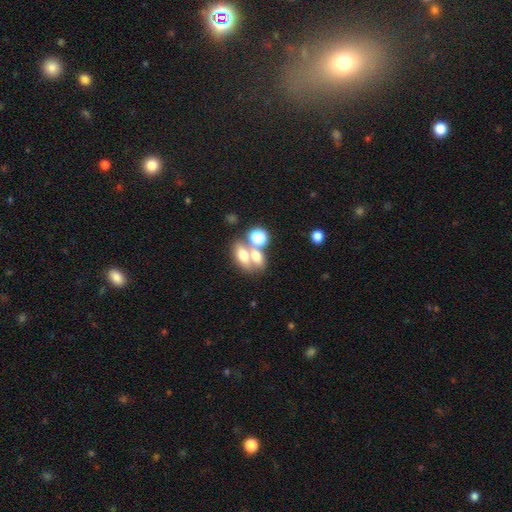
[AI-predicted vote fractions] This appears to be a smooth galaxy with no disk features (64%) that is in between round and cigar-shaped (72%). Merging: merger (54%).